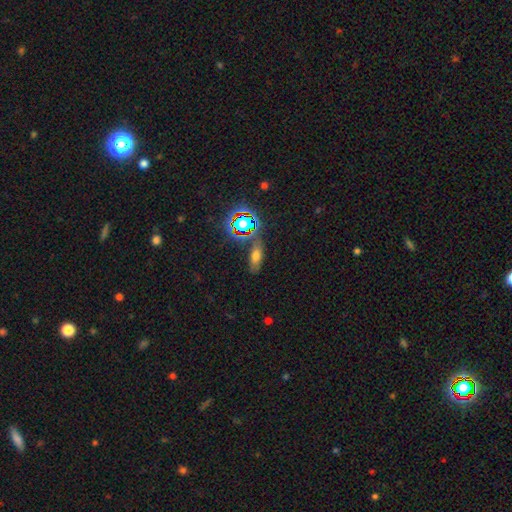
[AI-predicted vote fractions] A smooth galaxy with no disk features (57%) that is in between round and cigar-shaped (64%). Merging: none (74%).